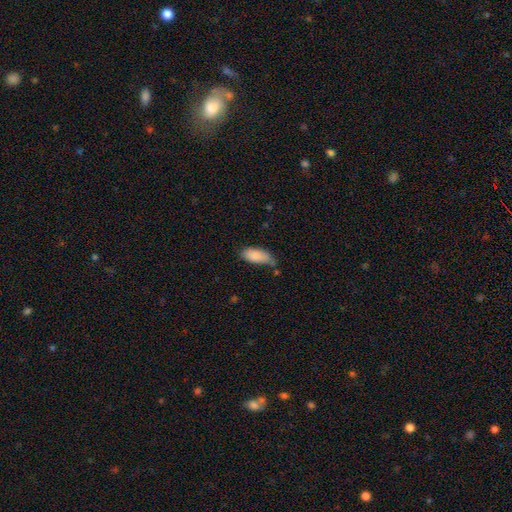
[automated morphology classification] Smooth or featured? Predicted: smooth (p=0.87). How rounded? Predicted: in between (p=0.87). Merging? Predicted: none (p=0.51).